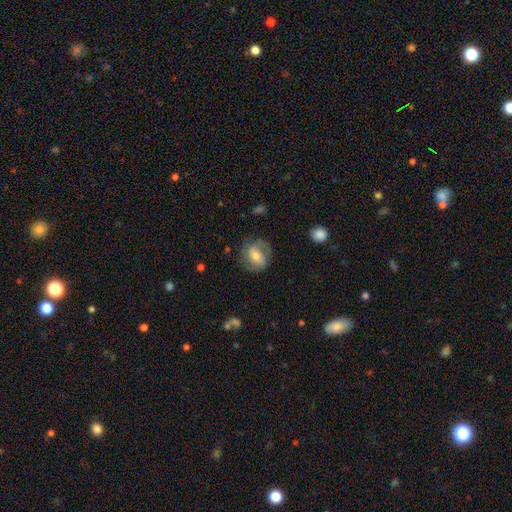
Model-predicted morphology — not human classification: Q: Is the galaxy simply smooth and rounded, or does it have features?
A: featured or disk — 51%.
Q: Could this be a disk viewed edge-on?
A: no — 97%.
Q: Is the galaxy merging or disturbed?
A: none — 70%.